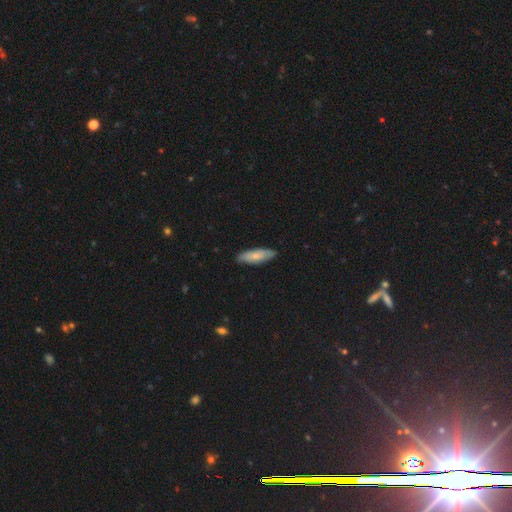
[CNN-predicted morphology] Smooth or featured? Predicted: smooth (p=0.68). How rounded? Predicted: in between (p=0.54). Merging? Predicted: none (p=0.85).